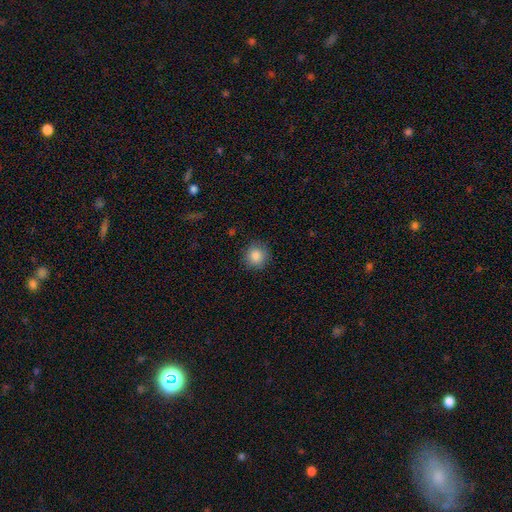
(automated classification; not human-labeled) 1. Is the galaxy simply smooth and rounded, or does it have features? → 86% smooth, 9% star or artifact, 5% featured or disk.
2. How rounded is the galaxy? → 92% round, 7% in between, 1% cigar-shaped.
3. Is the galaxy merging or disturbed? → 89% none, 8% minor disturbance, 2% major disturbance, 1% merger.